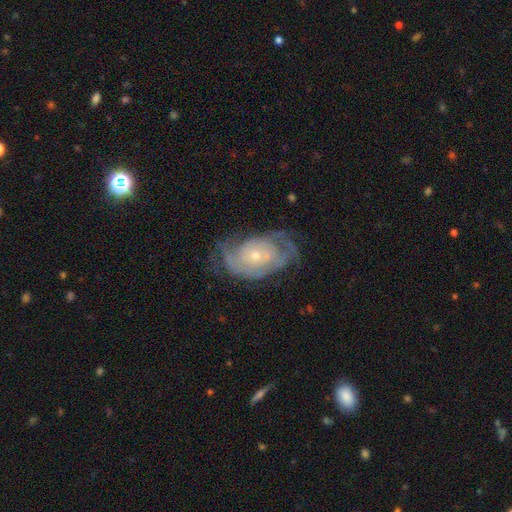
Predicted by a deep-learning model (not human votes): featured or disk 80%, smooth 14%, star or artifact 6%. Down the decision tree: edge-on disk — no (96%); bar — no (78%); spiral arms — yes (87%); spiral arm count — can't tell (40%); spiral winding — tight (58%); bulge size — small (68%); merging — none (57%).